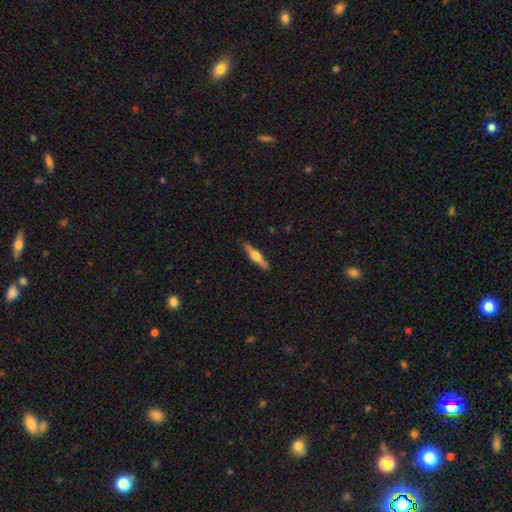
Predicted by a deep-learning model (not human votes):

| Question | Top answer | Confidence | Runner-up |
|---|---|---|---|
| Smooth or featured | featured or disk | 58% | smooth (36%) |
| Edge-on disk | yes | 96% | no (4%) |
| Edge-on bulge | rounded | 93% | boxy (4%) |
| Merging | none | 90% | minor disturbance (7%) |